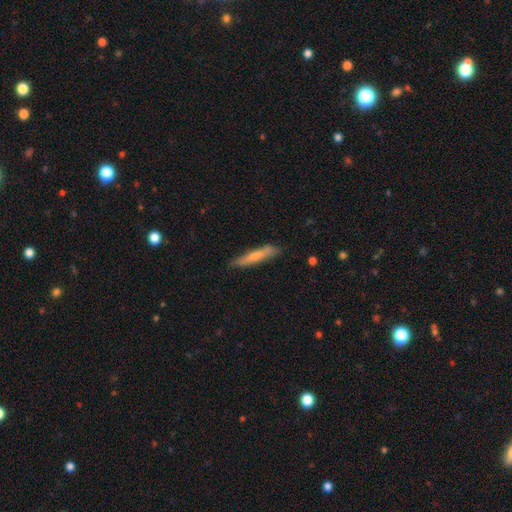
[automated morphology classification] This is likely a smooth galaxy (62%). How rounded: clearly cigar-shaped (90%). Merging: likely none (75%).